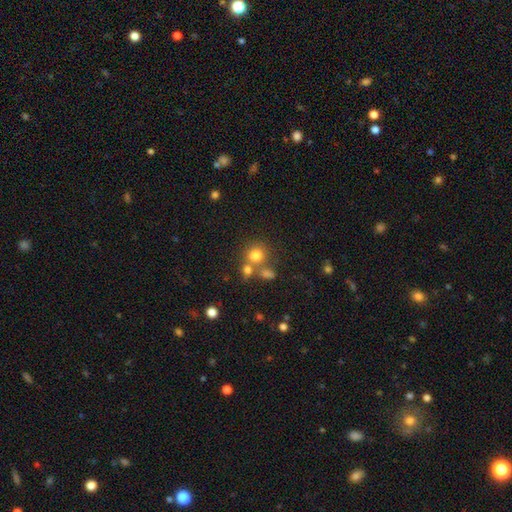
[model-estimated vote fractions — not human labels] smooth-or-featured: smooth: 76% | star or artifact: 14% | featured or disk: 10%
  how-rounded: round: 84% | in between: 15% | cigar-shaped: 1%
  merging: none: 55% | merger: 31% | minor disturbance: 9% | major disturbance: 5%